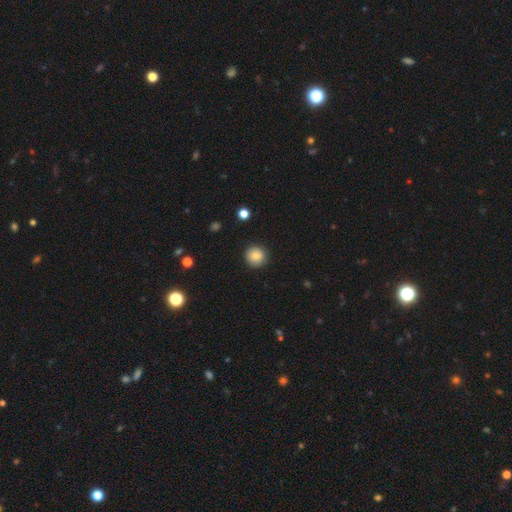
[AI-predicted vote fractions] The model was most divided on "smooth or featured": smooth: 86%, star or artifact: 9%, featured or disk: 5%. More confident: how rounded — round (94%); merging — none (91%).